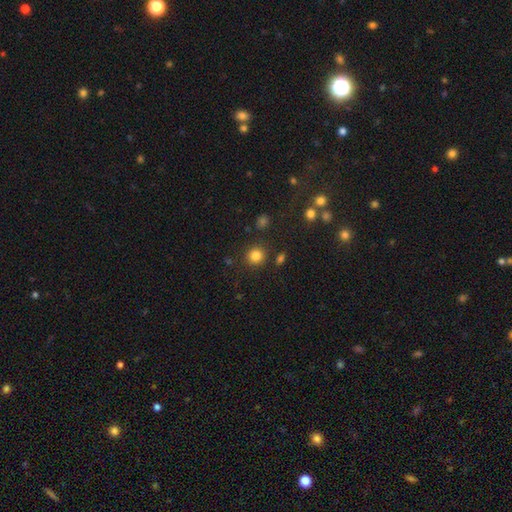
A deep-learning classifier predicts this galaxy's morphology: Smooth or featured?
  - smooth: 83% *
  - star or artifact: 12%
  - featured or disk: 5%
How rounded?
  - round: 88% *
  - in between: 11%
  - cigar-shaped: 1%
Merging?
  - none: 85% *
  - minor disturbance: 8%
  - merger: 4%
  - major disturbance: 3%